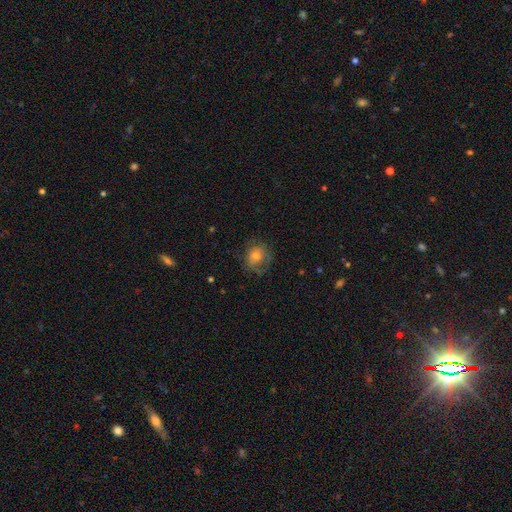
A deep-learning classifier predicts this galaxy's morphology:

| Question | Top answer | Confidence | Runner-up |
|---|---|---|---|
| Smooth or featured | smooth | 57% | featured or disk (32%) |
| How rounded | round | 72% | in between (27%) |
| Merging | none | 62% | minor disturbance (22%) |